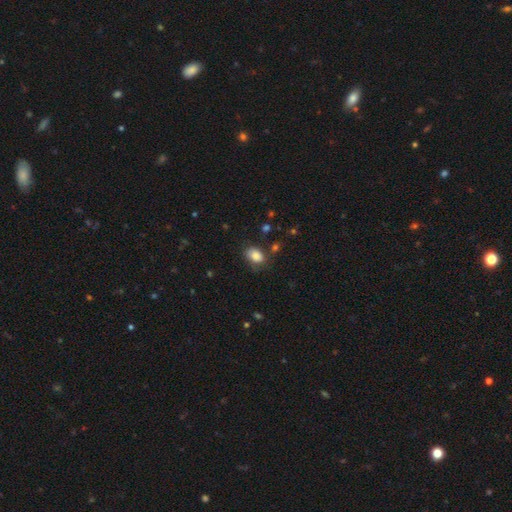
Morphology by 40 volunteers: This is clearly a smooth galaxy (92%). How rounded: likely in between (70%). Merging: likely none (65%).